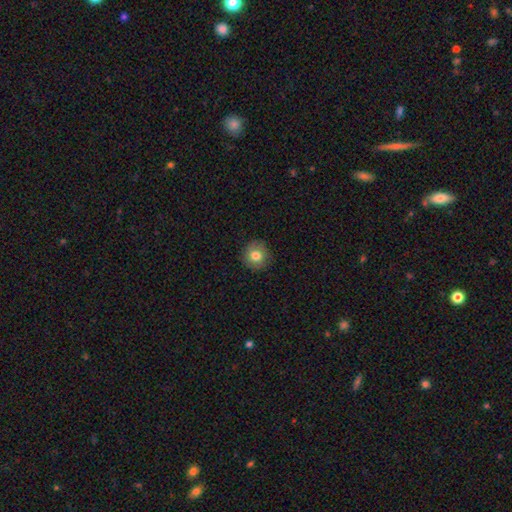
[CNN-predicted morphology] smooth_or_featured: smooth (p=0.81) [alt: featured or disk p=0.10]
how_rounded: round (p=0.92) [alt: in between p=0.07]
merging: none (p=0.88) [alt: minor disturbance p=0.09]